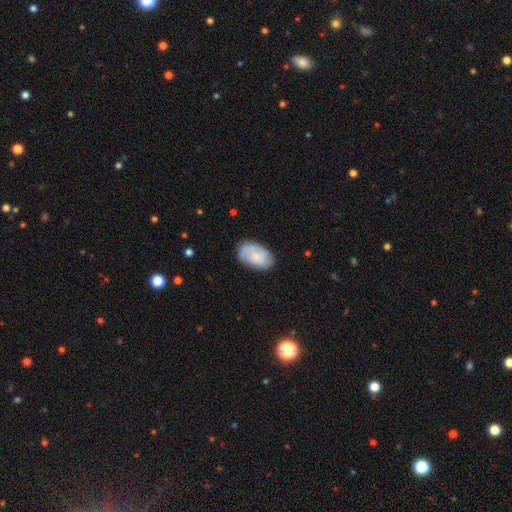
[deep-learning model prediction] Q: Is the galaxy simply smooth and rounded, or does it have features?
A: smooth — 58%.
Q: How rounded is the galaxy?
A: in between — 91%.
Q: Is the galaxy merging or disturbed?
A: none — 75%.